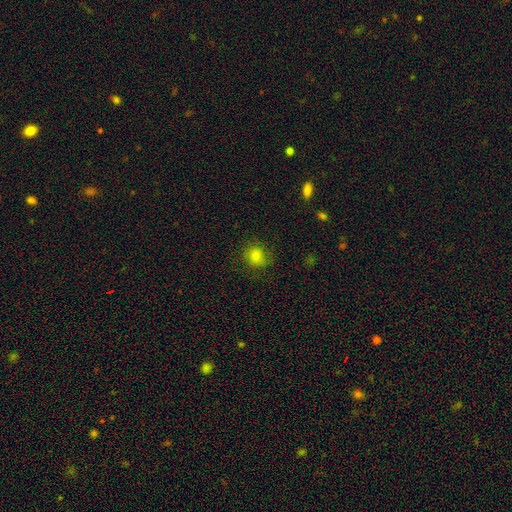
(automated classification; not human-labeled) A smooth galaxy with no disk features (81%) that is round (82%). Merging: none (77%).